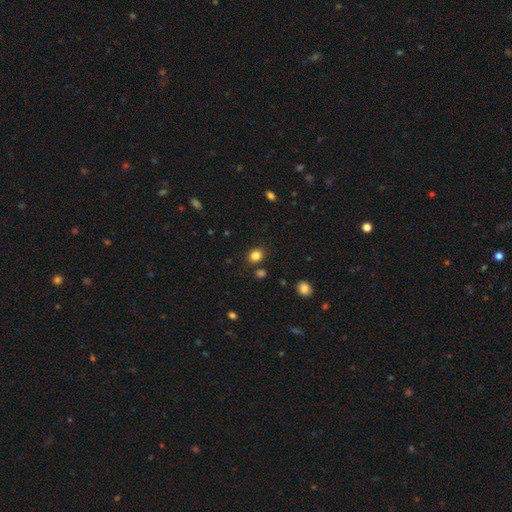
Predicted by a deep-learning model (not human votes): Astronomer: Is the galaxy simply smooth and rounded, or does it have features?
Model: smooth — 83%.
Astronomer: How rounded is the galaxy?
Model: round — 64%.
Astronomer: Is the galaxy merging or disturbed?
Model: none — 83%.